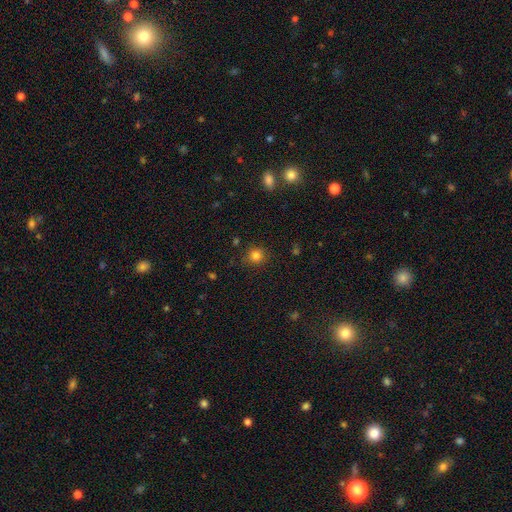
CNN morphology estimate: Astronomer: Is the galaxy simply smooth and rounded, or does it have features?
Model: smooth — 82%.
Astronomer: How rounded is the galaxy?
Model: round — 91%.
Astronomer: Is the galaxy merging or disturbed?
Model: none — 86%.